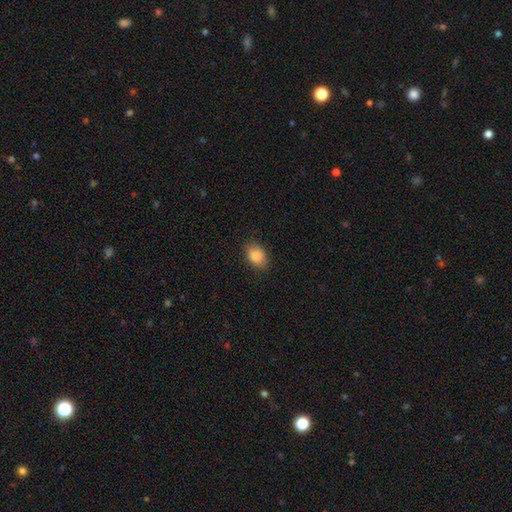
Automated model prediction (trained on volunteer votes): Overall: smooth (87%). How rounded: in between (82%). Merging: none (84%).